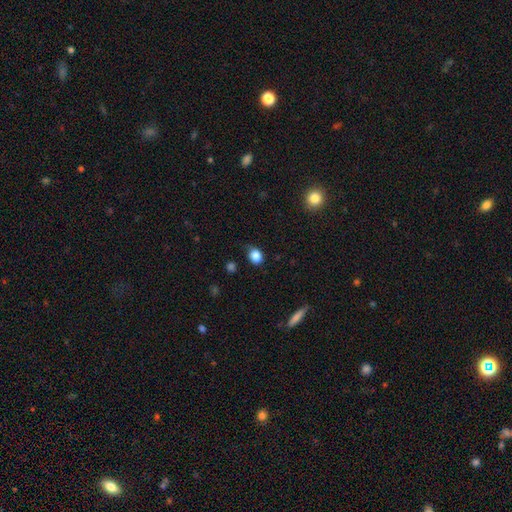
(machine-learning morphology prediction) The model was most divided on "how rounded": round: 57%, in between: 42%, cigar-shaped: 1%. More confident: smooth or featured — smooth (85%); merging — none (70%).